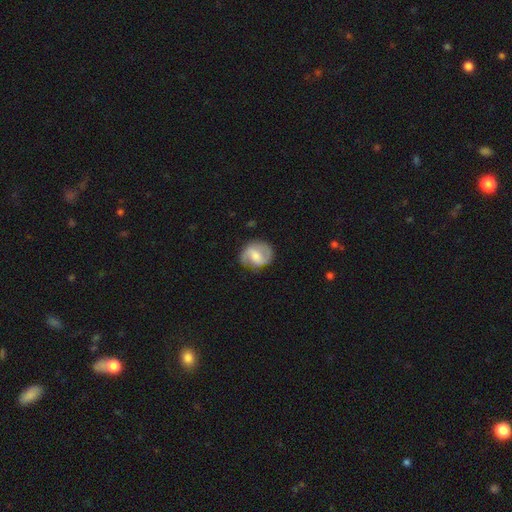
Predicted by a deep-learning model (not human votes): Smooth or featured?
  - featured or disk: 63% *
  - smooth: 31%
  - star or artifact: 6%
Edge-on disk?
  - no: 97% *
  - yes: 3%
Bar?
  - weak: 50% *
  - no: 26%
  - strong: 24%
Spiral arms?
  - yes: 85% *
  - no: 15%
Spiral winding?
  - medium: 46% *
  - loose: 31%
  - tight: 24%
Spiral arm count?
  - 2: 82% *
  - can't tell: 9%
  - 1: 6%
  - 3: 2%
  - 4: 1%
  - more than 4: 1%
Bulge size?
  - moderate: 49% *
  - small: 31%
  - large: 10%
  - none: 8%
  - dominant: 2%
Merging?
  - none: 71% *
  - minor disturbance: 19%
  - major disturbance: 8%
  - merger: 2%